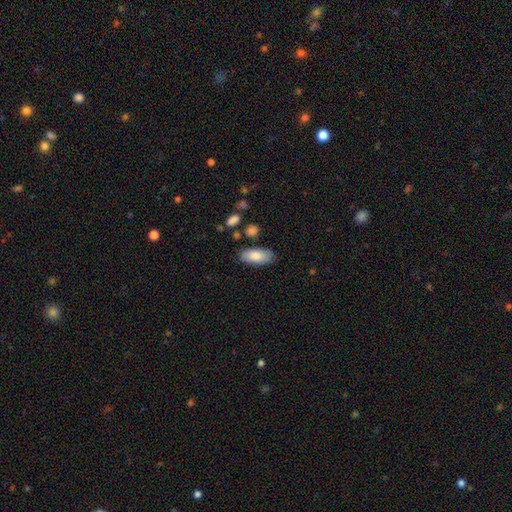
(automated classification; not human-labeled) Smooth or featured? Predicted: smooth (p=0.82). How rounded? Predicted: in between (p=0.86). Merging? Predicted: none (p=0.81).